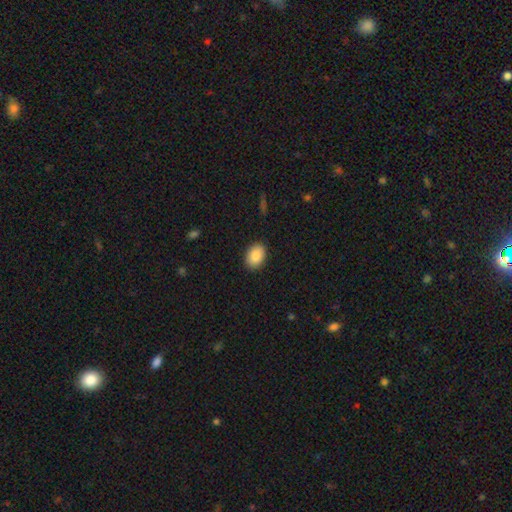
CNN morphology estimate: smooth_or_featured: smooth (p=0.88) [alt: star or artifact p=0.07]
how_rounded: in between (p=0.85) [alt: round p=0.14]
merging: none (p=0.89) [alt: minor disturbance p=0.08]